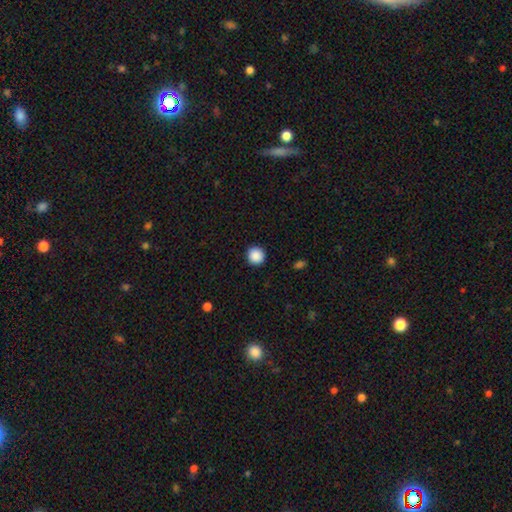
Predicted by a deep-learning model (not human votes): Smooth or featured? smooth (89%)
How rounded? round (95%)
Merging? none (93%)